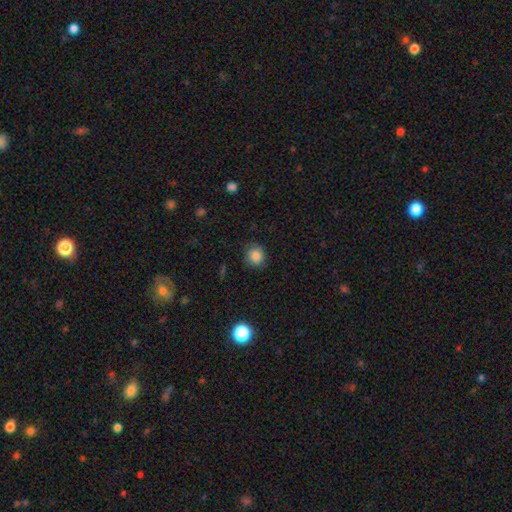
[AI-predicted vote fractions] Q: Smooth or featured?
A: smooth (84%); runner-up: star or artifact (11%)
Q: How rounded?
A: round (82%); runner-up: in between (17%)
Q: Merging?
A: none (82%); runner-up: minor disturbance (14%)